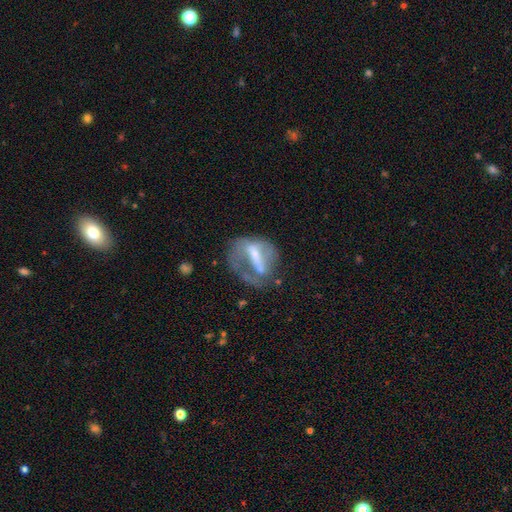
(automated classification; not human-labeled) This is likely a featured or disk galaxy (60%). It is clearly not viewed edge-on (91%). Bar: possibly strong (51%). Spiral arm pattern: likely no (61%). Central bulge: marginally moderate (33%). Merging: marginally major disturbance (41%).